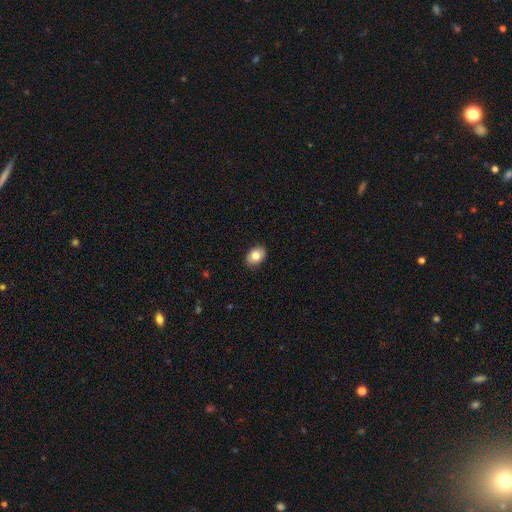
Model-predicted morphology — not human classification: Overall: smooth (82%). How rounded: in between (76%). Merging: none (88%).